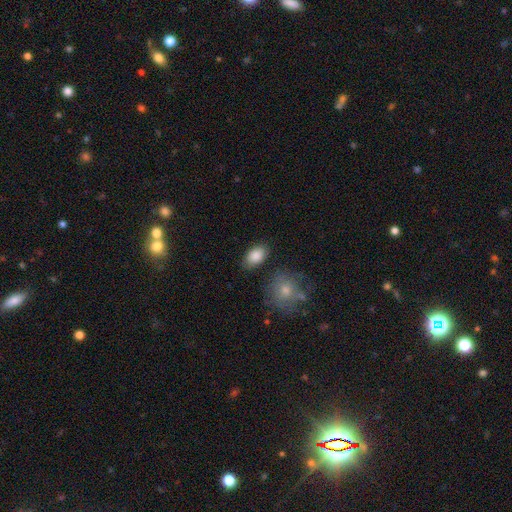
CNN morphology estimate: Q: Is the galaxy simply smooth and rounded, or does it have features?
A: smooth — 88%.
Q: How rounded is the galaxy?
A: in between — 90%.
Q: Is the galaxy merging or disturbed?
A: none — 82%.